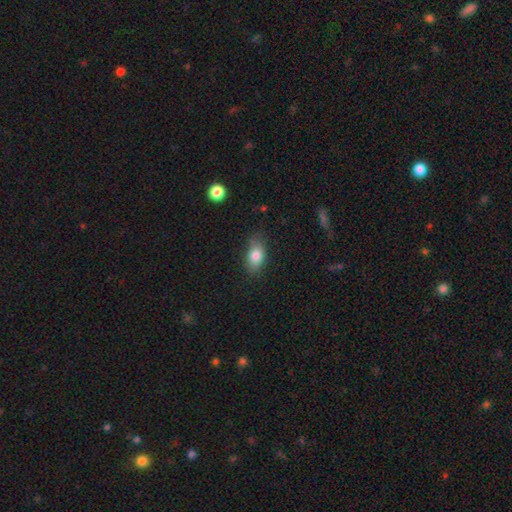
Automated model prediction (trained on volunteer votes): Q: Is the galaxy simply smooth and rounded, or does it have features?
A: smooth — 81%.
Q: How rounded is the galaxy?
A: in between — 87%.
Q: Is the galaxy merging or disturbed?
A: none — 77%.